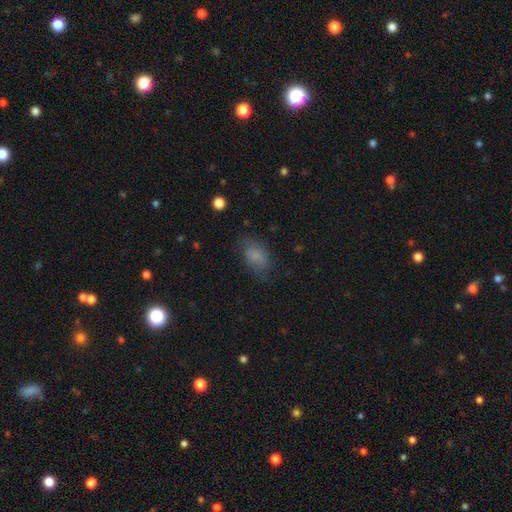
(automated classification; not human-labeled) Q: Smooth or featured?
A: smooth (71%); runner-up: featured or disk (18%)
Q: How rounded?
A: in between (87%); runner-up: round (11%)
Q: Merging?
A: none (63%); runner-up: minor disturbance (24%)